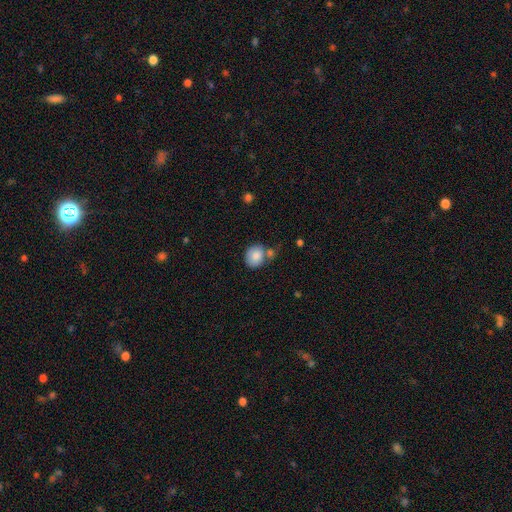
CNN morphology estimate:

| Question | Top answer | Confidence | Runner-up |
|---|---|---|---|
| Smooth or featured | smooth | 82% | featured or disk (10%) |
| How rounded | round | 68% | in between (31%) |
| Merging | none | 55% | merger (22%) |